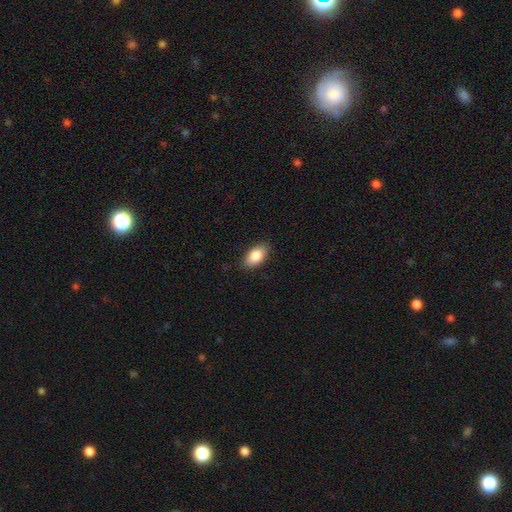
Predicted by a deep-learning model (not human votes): A smooth galaxy with no disk features (86%) that is in between round and cigar-shaped (93%).

Vote fractions:
- Smooth or featured? smooth: 86% / featured or disk: 7% / star or artifact: 7%
- How rounded? in between: 93% / round: 4% / cigar-shaped: 3%
- Merging? none: 86% / minor disturbance: 11% / major disturbance: 2% / merger: 1%